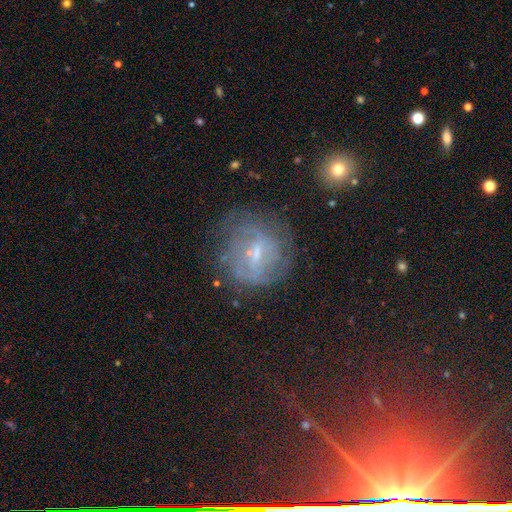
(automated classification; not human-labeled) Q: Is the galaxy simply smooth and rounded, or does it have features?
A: featured or disk — 53%.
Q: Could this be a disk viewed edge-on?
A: no — 93%.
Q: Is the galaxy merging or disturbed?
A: none — 71%.